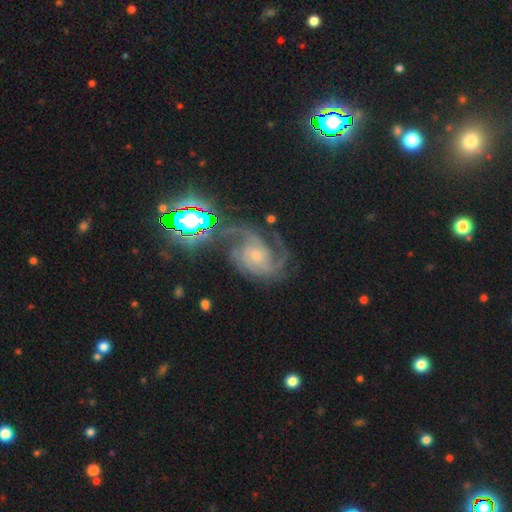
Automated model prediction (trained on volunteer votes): A featured or disk galaxy (87%) with no bar (68%), 2 (37%) medium (52%) spiral arms (98%) and a small central bulge (65%).

Vote fractions:
- Smooth or featured? featured or disk: 87% / star or artifact: 8% / smooth: 5%
- Edge-on disk? no: 98% / yes: 2%
- Bar? no: 68% / weak: 25% / strong: 7%
- Spiral arms? yes: 98% / no: 2%
- Spiral winding? medium: 52% / tight: 29% / loose: 18%
- Spiral arm count? 2: 37% / 3: 33% / can't tell: 11% / 4: 7% / 1: 6% / more than 4: 6%
- Bulge size? small: 65% / moderate: 28% / none: 3% / large: 3% / dominant: 1%
- Merging? none: 55% / major disturbance: 20% / minor disturbance: 20% / merger: 4%